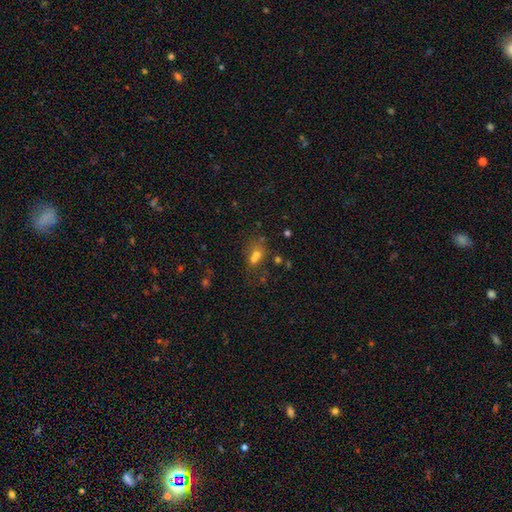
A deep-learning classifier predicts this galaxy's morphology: smooth_or_featured: smooth (p=0.57) [alt: star or artifact p=0.24]
how_rounded: round (p=0.54) [alt: in between p=0.43]
merging: merger (p=0.50) [alt: none p=0.35]